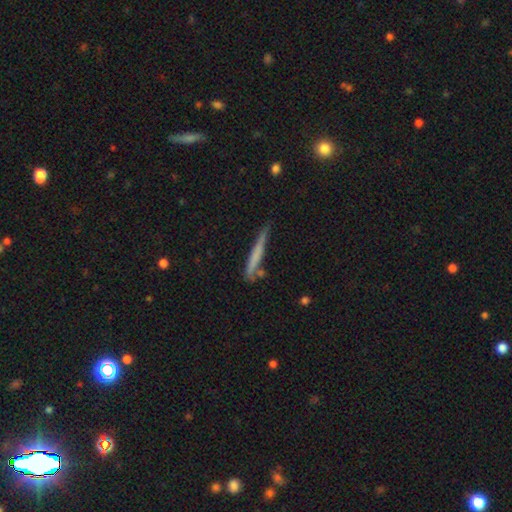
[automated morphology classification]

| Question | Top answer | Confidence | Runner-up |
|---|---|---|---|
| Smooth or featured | smooth | 58% | featured or disk (35%) |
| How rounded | cigar-shaped | 95% | in between (3%) |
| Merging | none | 67% | minor disturbance (22%) |